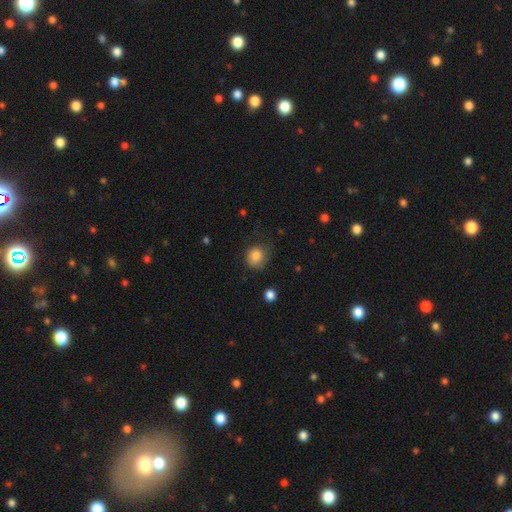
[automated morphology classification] Overall: smooth (85%). How rounded: round (77%). Merging: none (66%).